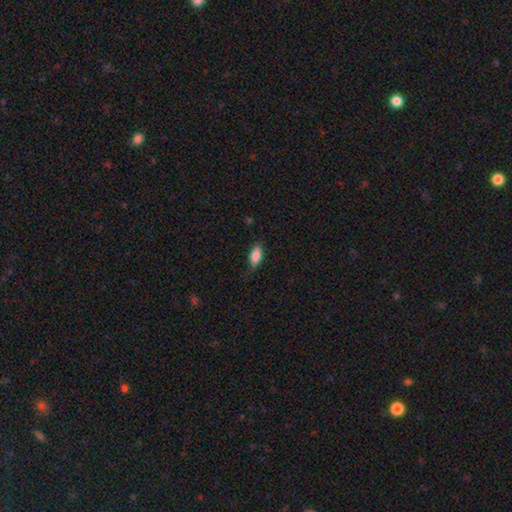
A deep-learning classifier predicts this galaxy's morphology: Q: Smooth or featured?
A: smooth (86%); runner-up: featured or disk (8%)
Q: How rounded?
A: in between (88%); runner-up: cigar-shaped (9%)
Q: Merging?
A: none (73%); runner-up: minor disturbance (22%)